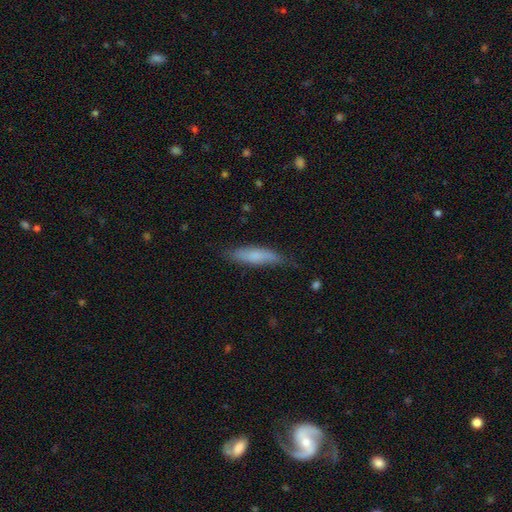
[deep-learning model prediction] This is likely a smooth galaxy (74%). How rounded: likely cigar-shaped (75%). Merging: likely none (75%).